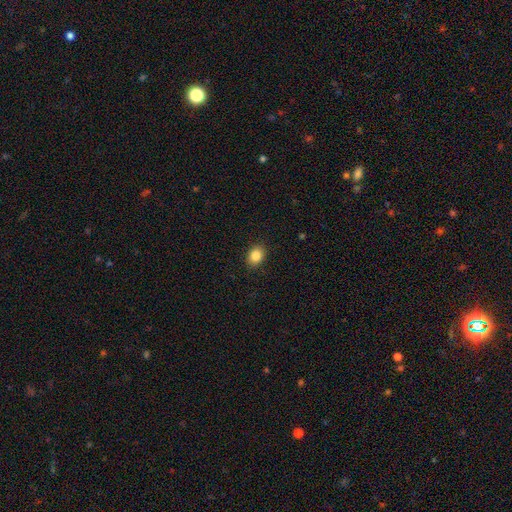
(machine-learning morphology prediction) Smooth or featured?
  - smooth: 85% *
  - star or artifact: 10%
  - featured or disk: 5%
How rounded?
  - in between: 61% *
  - round: 38%
  - cigar-shaped: 1%
Merging?
  - none: 90% *
  - minor disturbance: 7%
  - major disturbance: 2%
  - merger: 1%